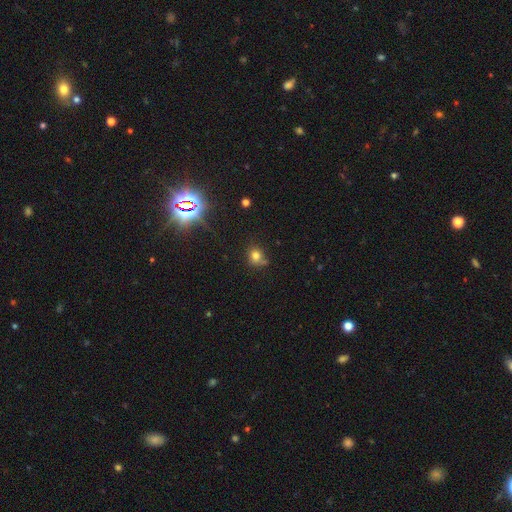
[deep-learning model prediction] Q: Smooth or featured?
A: smooth (72%); runner-up: star or artifact (19%)
Q: How rounded?
A: round (75%); runner-up: in between (24%)
Q: Merging?
A: none (65%); runner-up: minor disturbance (19%)